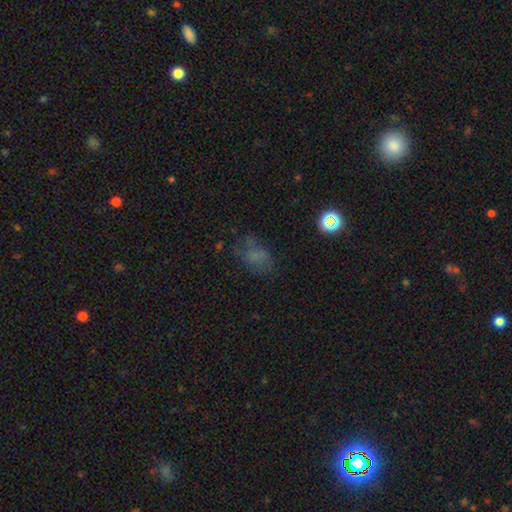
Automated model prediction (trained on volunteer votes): This appears to be a smooth galaxy with no disk features (56%) that is in between round and cigar-shaped (76%). Merging: none (55%).